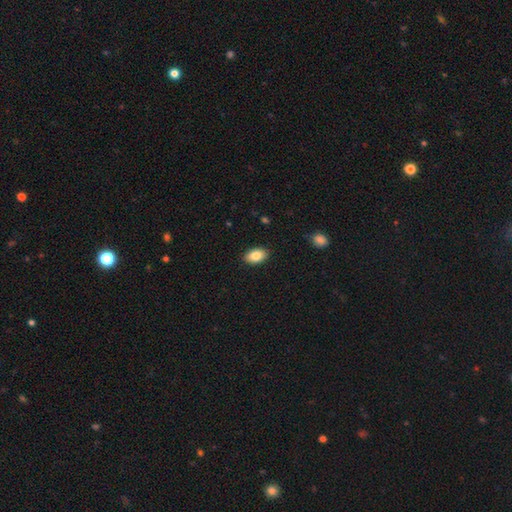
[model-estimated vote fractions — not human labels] This is clearly a smooth galaxy (84%). How rounded: clearly in between (91%). Merging: clearly none (89%).